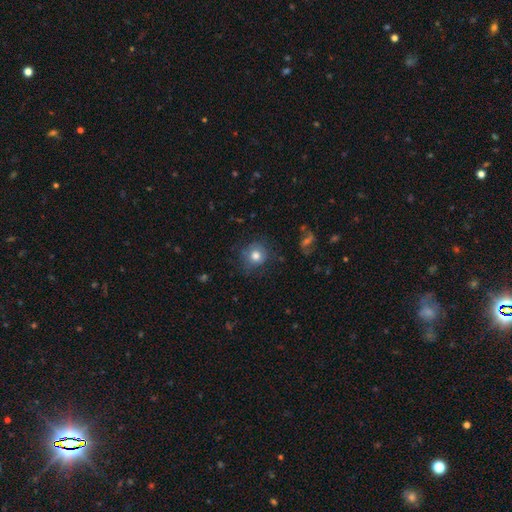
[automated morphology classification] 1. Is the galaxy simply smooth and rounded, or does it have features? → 77% smooth, 13% featured or disk, 11% star or artifact.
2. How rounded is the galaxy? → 89% round, 10% in between, 1% cigar-shaped.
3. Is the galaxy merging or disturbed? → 75% none, 16% minor disturbance, 7% major disturbance, 2% merger.